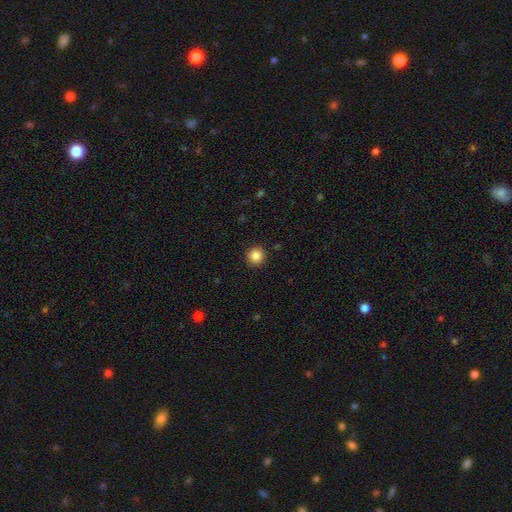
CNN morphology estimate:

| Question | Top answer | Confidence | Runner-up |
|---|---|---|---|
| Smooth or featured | smooth | 85% | star or artifact (10%) |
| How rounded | round | 94% | in between (5%) |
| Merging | none | 91% | minor disturbance (6%) |